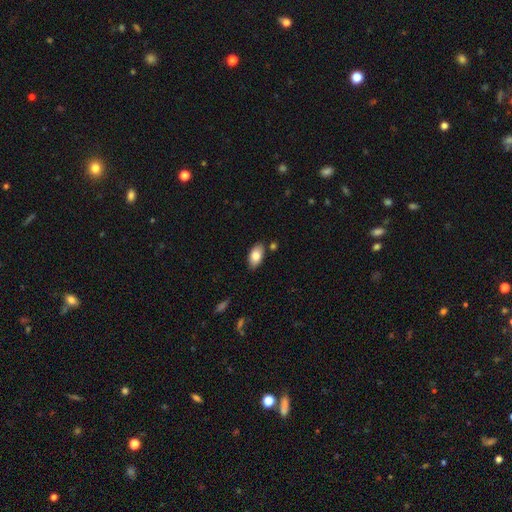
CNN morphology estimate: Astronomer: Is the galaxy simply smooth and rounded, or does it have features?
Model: smooth — 80%.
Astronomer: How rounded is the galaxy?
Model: in between — 93%.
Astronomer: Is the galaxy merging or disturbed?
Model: none — 83%.